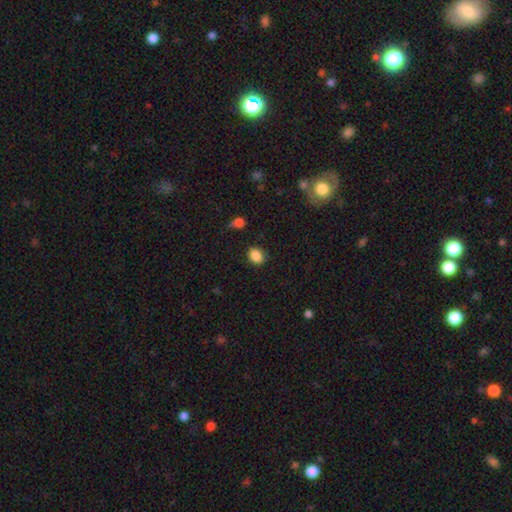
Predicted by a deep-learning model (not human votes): smooth_or_featured: smooth (p=0.86) [alt: star or artifact p=0.10]
how_rounded: round (p=0.56) [alt: in between p=0.43]
merging: none (p=0.83) [alt: minor disturbance p=0.11]